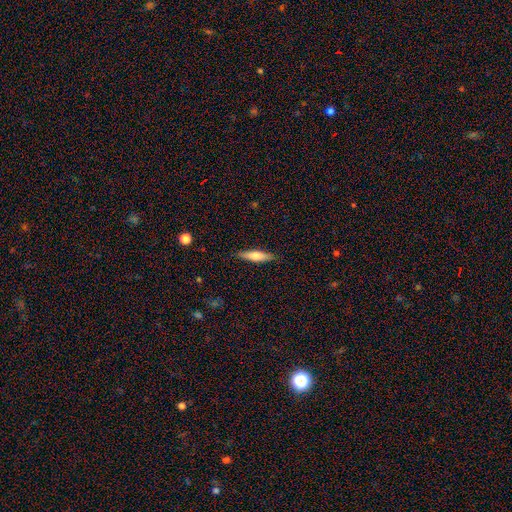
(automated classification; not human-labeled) Overall: smooth (64%; featured or disk 30%). How rounded: cigar-shaped (76%). Merging: none (88%).